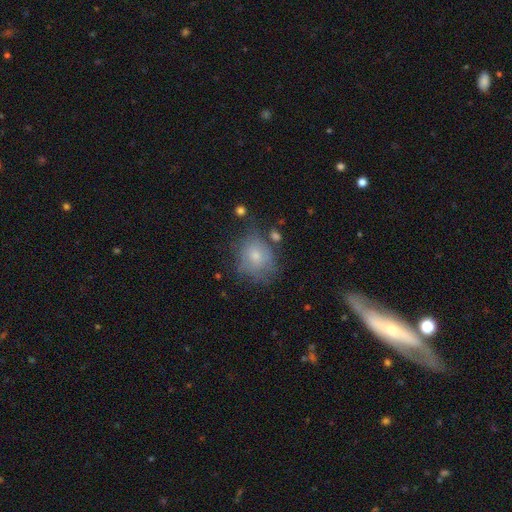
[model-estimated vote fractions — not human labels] Morphology: type=smooth (63%); roundness=round (63%); merging=none (55%).